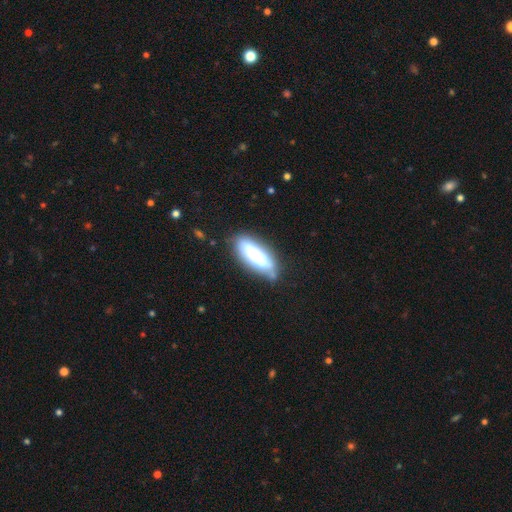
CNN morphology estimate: A smooth galaxy with no disk features (57%) that is in between round and cigar-shaped (56%).

Vote fractions:
- Smooth or featured? smooth: 57% / featured or disk: 36% / star or artifact: 7%
- How rounded? in between: 56% / cigar-shaped: 42% / round: 2%
- Merging? none: 69% / minor disturbance: 21% / major disturbance: 6% / merger: 4%